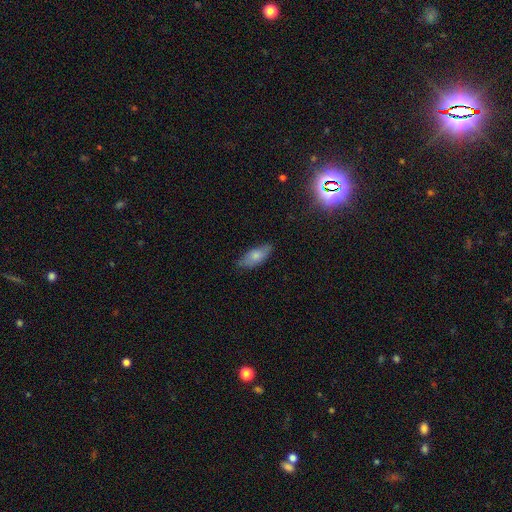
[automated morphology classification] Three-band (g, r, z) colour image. It shows a smooth galaxy with no disk features (73%) that is in between round and cigar-shaped (81%). Merging: none (73%).